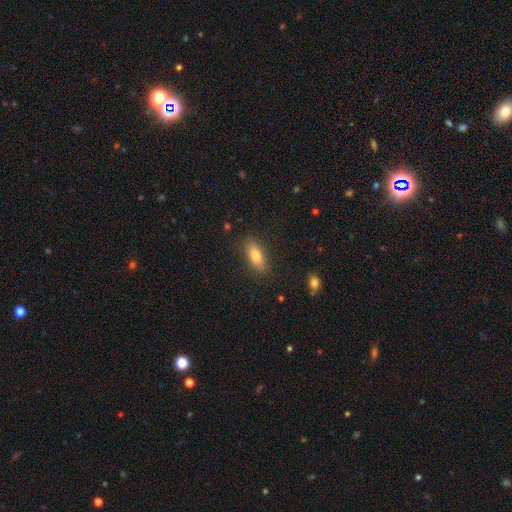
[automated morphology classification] Smooth or featured?
  - smooth: 80% *
  - featured or disk: 12%
  - star or artifact: 9%
How rounded?
  - in between: 81% *
  - cigar-shaped: 16%
  - round: 4%
Merging?
  - none: 86% *
  - minor disturbance: 10%
  - major disturbance: 3%
  - merger: 1%